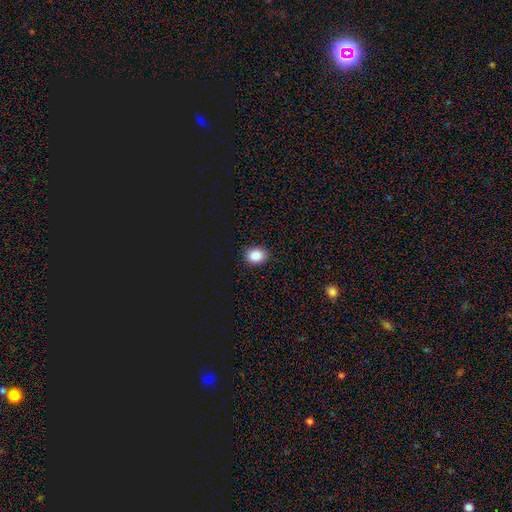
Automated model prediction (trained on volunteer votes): This is clearly a smooth galaxy (86%). How rounded: possibly round (59%). Merging: clearly none (88%).